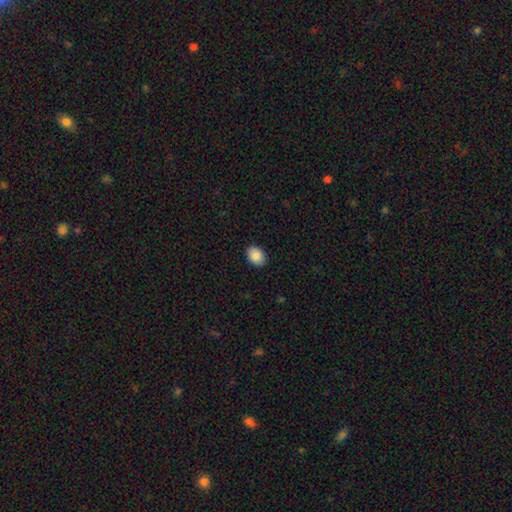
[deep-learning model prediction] smooth-or-featured: smooth: 89% | star or artifact: 7% | featured or disk: 4%
  how-rounded: in between: 74% | round: 25% | cigar-shaped: 1%
  merging: none: 90% | minor disturbance: 7% | major disturbance: 2% | merger: 1%